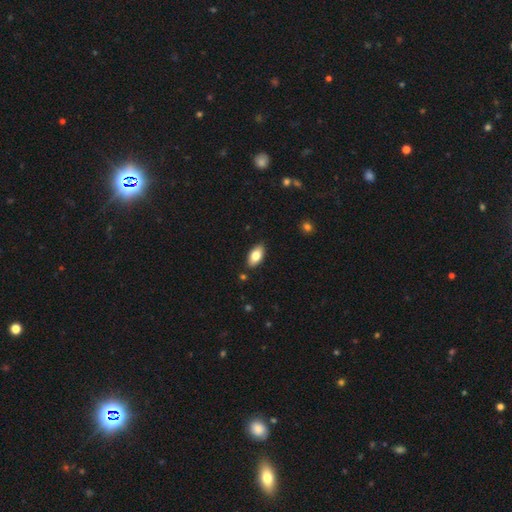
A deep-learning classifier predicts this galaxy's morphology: Smooth or featured? smooth (79%)
How rounded? in between (92%)
Merging? none (87%)